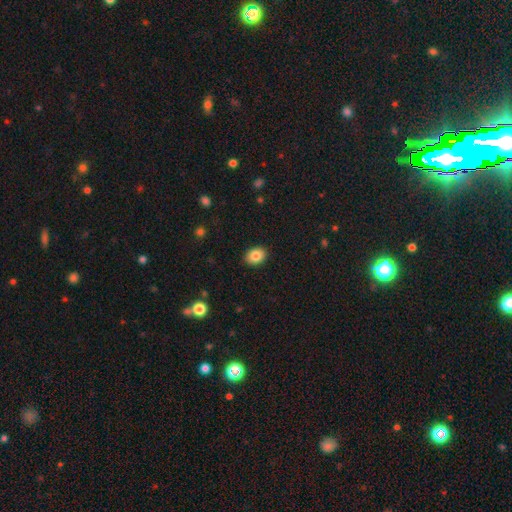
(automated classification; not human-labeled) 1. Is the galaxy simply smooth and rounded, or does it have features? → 85% smooth, 8% star or artifact, 7% featured or disk.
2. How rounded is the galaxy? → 67% in between, 32% round, 1% cigar-shaped.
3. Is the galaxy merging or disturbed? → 89% none, 8% minor disturbance, 2% major disturbance, 1% merger.